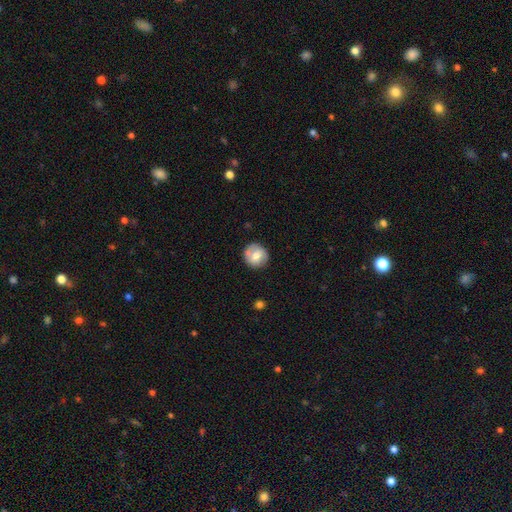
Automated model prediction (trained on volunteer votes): Smooth or featured?
  - smooth: 64% *
  - featured or disk: 29%
  - star or artifact: 7%
How rounded?
  - round: 89% *
  - in between: 11%
  - cigar-shaped: 1%
Merging?
  - none: 71% *
  - minor disturbance: 16%
  - merger: 8%
  - major disturbance: 4%